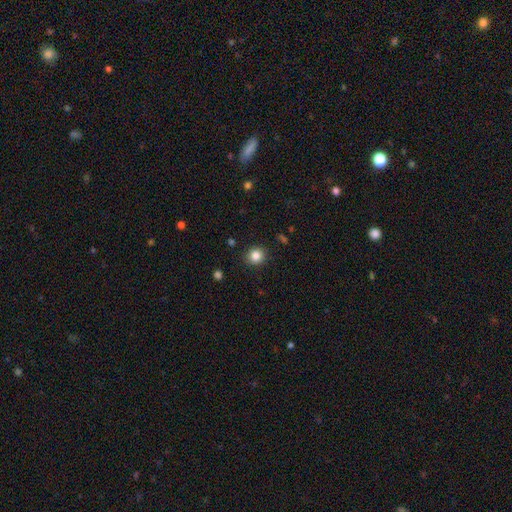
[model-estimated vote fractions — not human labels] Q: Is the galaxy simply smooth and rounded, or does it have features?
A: smooth — 84%.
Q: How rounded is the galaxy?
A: round — 87%.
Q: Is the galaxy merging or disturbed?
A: none — 90%.